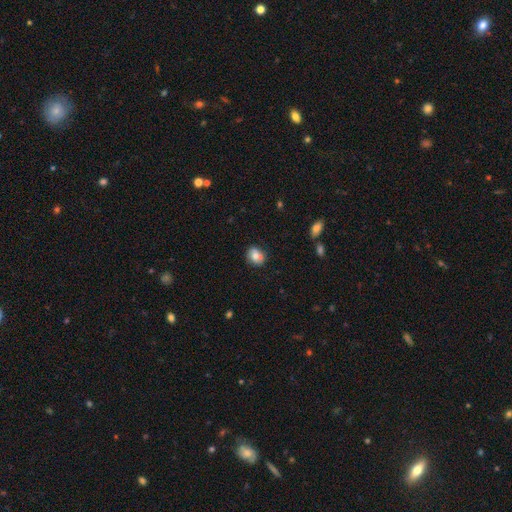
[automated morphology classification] This appears to be a smooth galaxy with no disk features (68%) that is round (56%). Merging: none (60%).